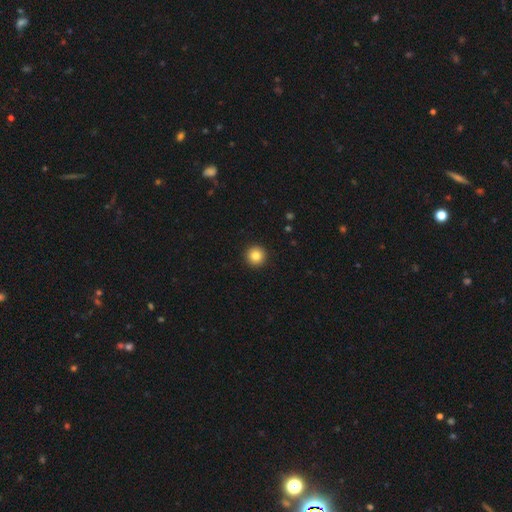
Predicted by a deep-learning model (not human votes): Overall: smooth (83%). How rounded: round (96%). Merging: none (94%).